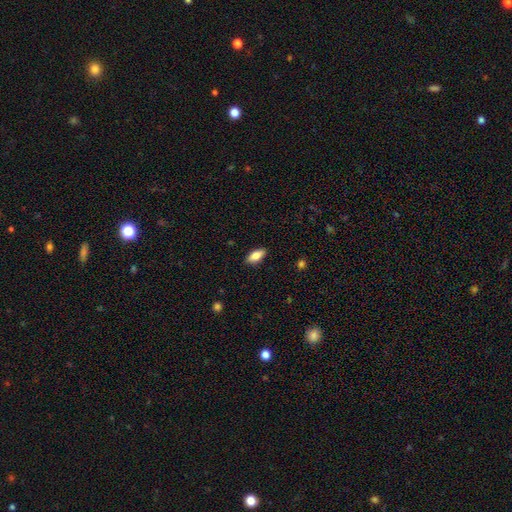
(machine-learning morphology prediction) This appears to be a smooth galaxy with no disk features (78%) that is in between round and cigar-shaped (85%). Merging: none (88%).